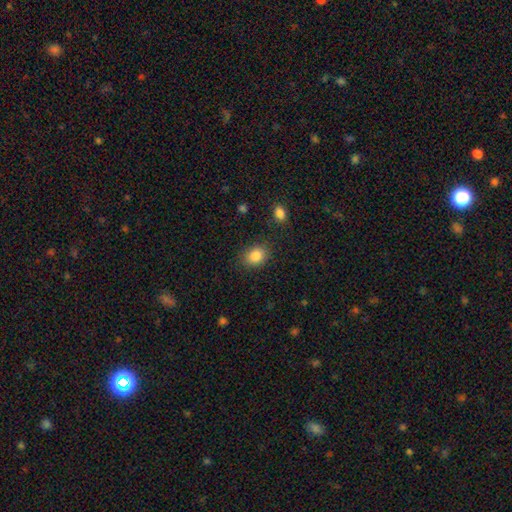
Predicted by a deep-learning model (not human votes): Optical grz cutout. It shows a smooth galaxy with no disk features (86%) that is in between round and cigar-shaped (58%). Merging: none (83%).